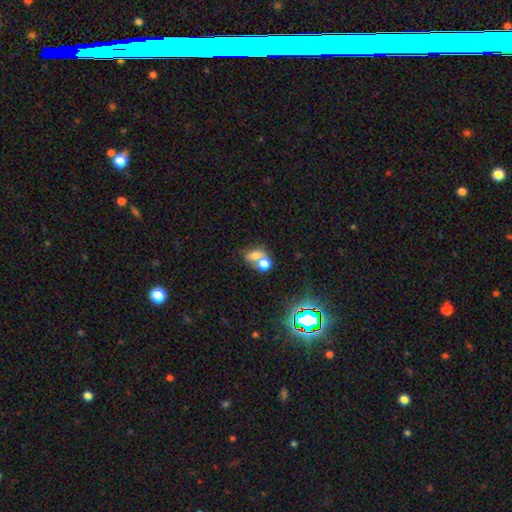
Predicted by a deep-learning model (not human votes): Smooth or featured: smooth — 66% (featured or disk — 19%)
How rounded: in between — 54% (round — 44%)
Merging: merger — 61% (none — 26%)